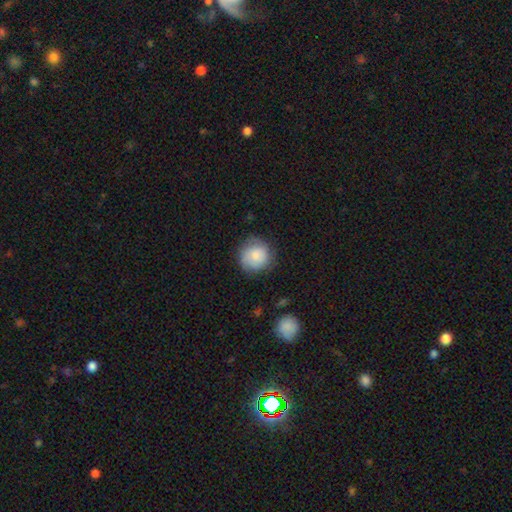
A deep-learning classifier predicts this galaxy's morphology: A smooth galaxy with no disk features (82%) that is round (92%). Merging: none (75%).